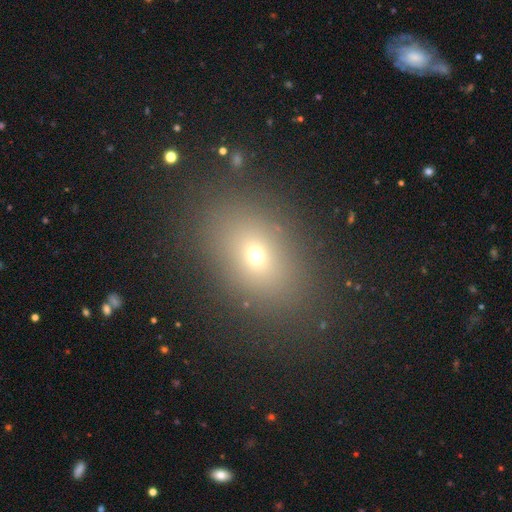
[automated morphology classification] type=smooth (64%); roundness=in between (68%); merging=none (85%).